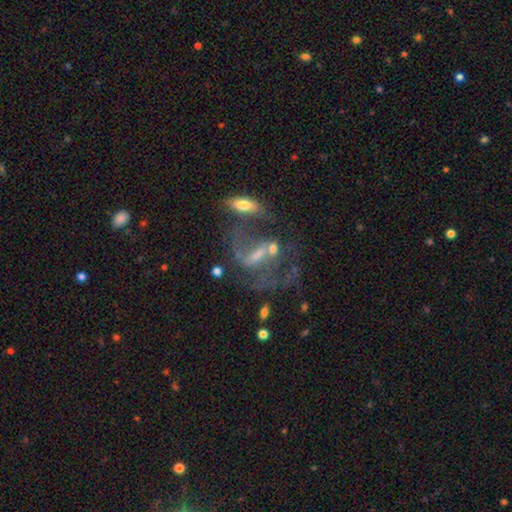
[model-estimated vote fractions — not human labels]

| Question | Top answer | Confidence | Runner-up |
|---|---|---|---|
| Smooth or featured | featured or disk | 66% | smooth (20%) |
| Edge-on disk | no | 90% | yes (10%) |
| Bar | weak | 37% | tied: strong (37%) |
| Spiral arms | yes | 63% | no (37%) |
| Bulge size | none | 34% | small (30%) |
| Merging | none | 33% | major disturbance (29%) |